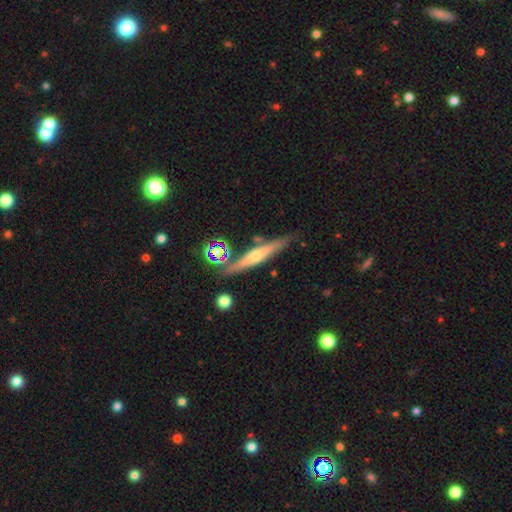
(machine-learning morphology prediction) A featured or disk galaxy (62%) viewed edge-on (94%) with a rounded central bulge (78%). Merging: none (79%).